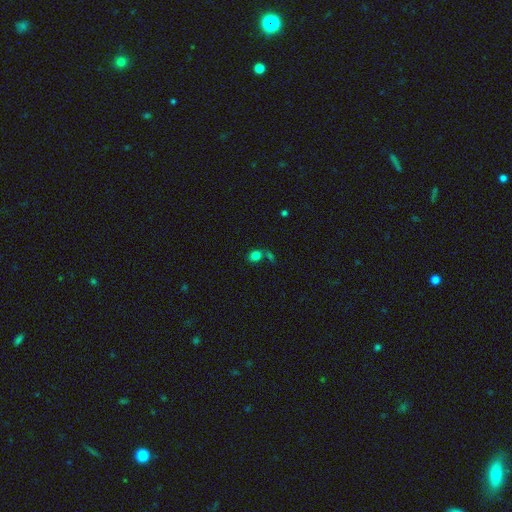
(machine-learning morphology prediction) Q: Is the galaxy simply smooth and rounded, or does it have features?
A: smooth — 78%.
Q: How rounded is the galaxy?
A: round — 56%.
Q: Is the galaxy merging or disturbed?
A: none — 58%.